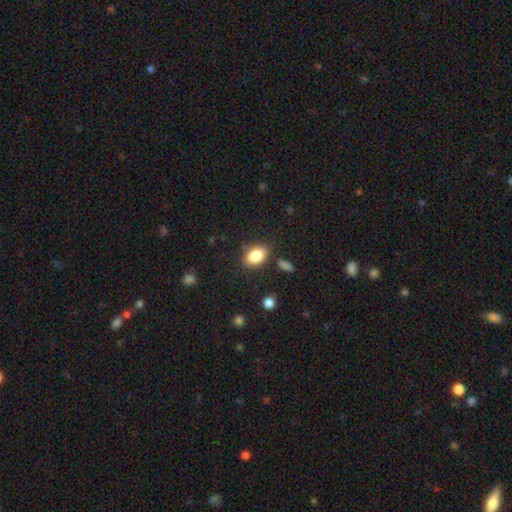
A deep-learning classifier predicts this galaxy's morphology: smooth_or_featured: smooth (p=0.85) [alt: star or artifact p=0.08]
how_rounded: in between (p=0.82) [alt: round p=0.17]
merging: none (p=0.79) [alt: minor disturbance p=0.13]